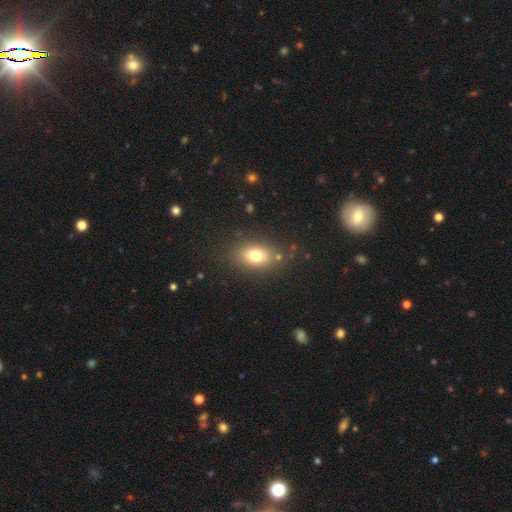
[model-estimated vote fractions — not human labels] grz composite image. It shows a smooth galaxy with no disk features (76%) that is in between round and cigar-shaped (73%). Merging: none (82%).